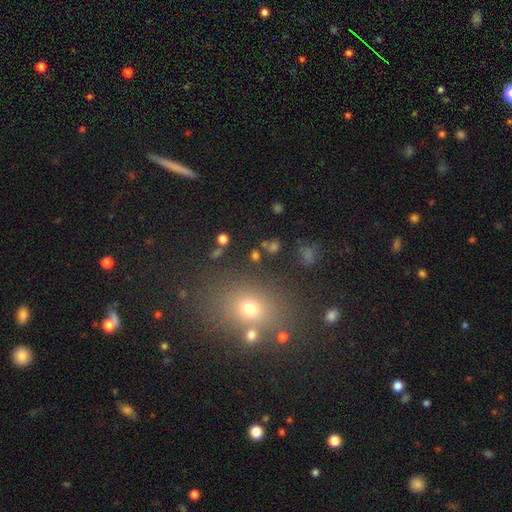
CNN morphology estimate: This is possibly a smooth galaxy (60%). How rounded: possibly round (55%). Merging: likely none (75%).